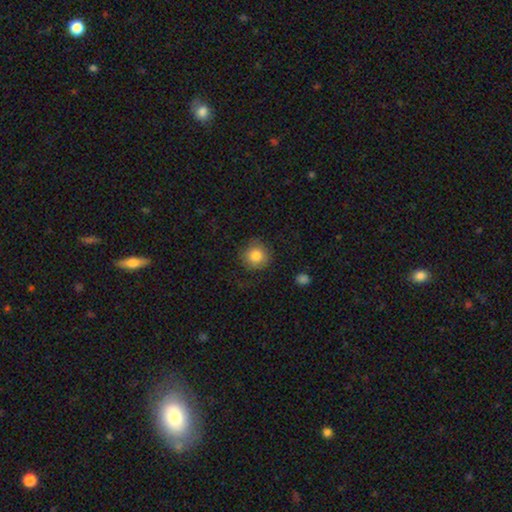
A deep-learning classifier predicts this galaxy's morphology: smooth-or-featured: smooth: 83% | star or artifact: 9% | featured or disk: 8%
  how-rounded: round: 92% | in between: 7% | cigar-shaped: 1%
  merging: none: 79% | minor disturbance: 13% | major disturbance: 6% | merger: 1%